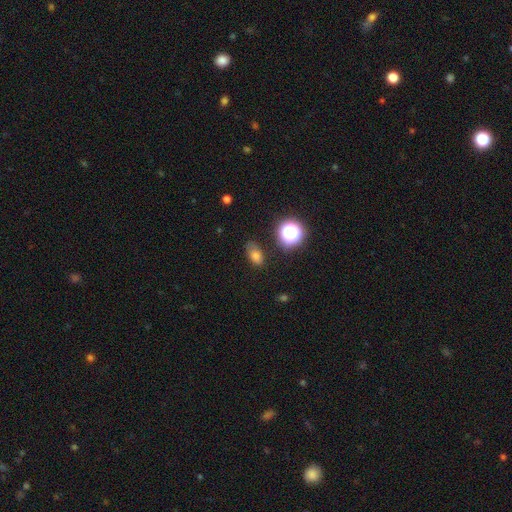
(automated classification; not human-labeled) Smooth or featured? smooth (73%)
How rounded? in between (82%)
Merging? none (67%)